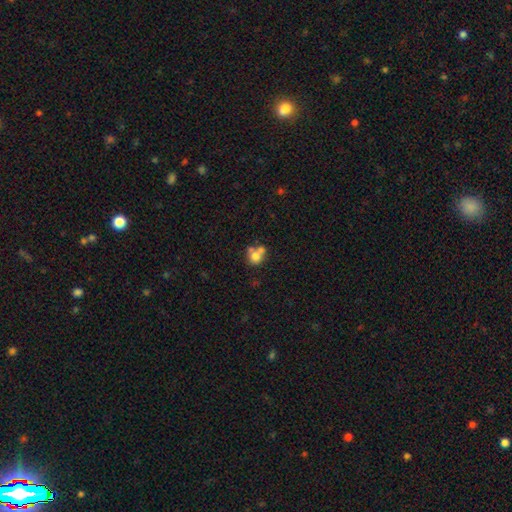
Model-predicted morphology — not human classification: smooth_or_featured: smooth (p=0.69) [alt: featured or disk p=0.20]
how_rounded: round (p=0.72) [alt: in between p=0.27]
merging: merger (p=0.52) [alt: none p=0.33]